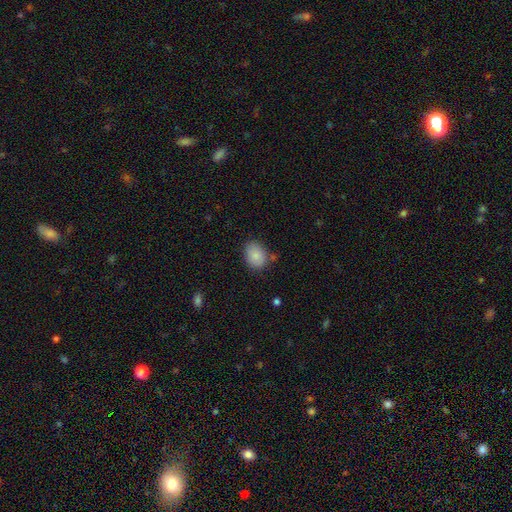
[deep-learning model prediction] Smooth or featured?
  - smooth: 87% *
  - star or artifact: 8%
  - featured or disk: 5%
How rounded?
  - in between: 70% *
  - round: 28%
  - cigar-shaped: 1%
Merging?
  - none: 76% *
  - minor disturbance: 17%
  - major disturbance: 4%
  - merger: 3%